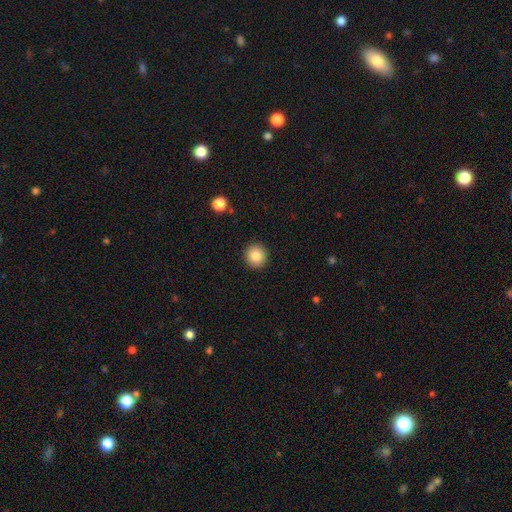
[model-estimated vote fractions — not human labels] Smooth or featured? Predicted: smooth (p=0.86). How rounded? Predicted: round (p=0.91). Merging? Predicted: none (p=0.92).